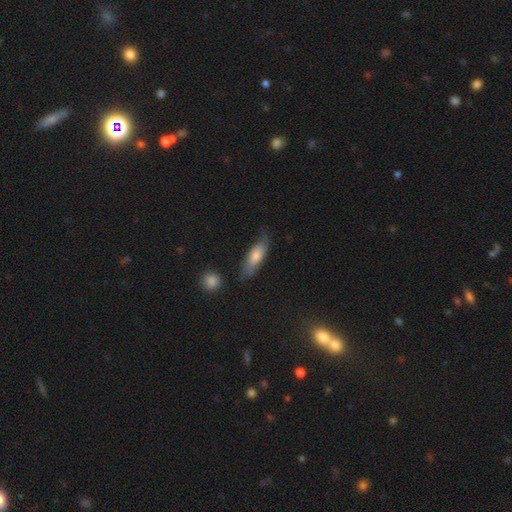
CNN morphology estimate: Q: Smooth or featured?
A: smooth (66%); runner-up: featured or disk (27%)
Q: How rounded?
A: in between (57%); runner-up: cigar-shaped (40%)
Q: Merging?
A: none (68%); runner-up: minor disturbance (24%)